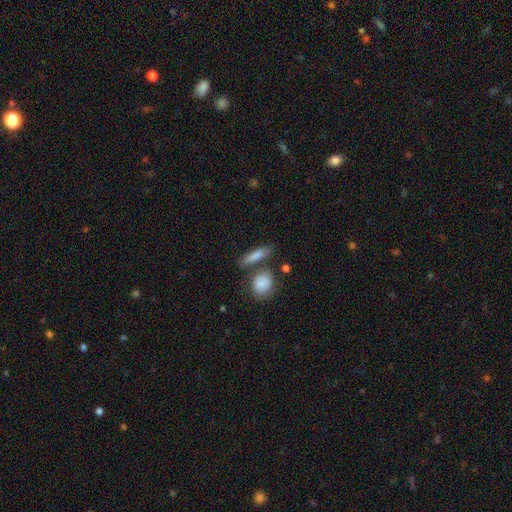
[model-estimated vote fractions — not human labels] A smooth galaxy with no disk features (80%) that is cigar-shaped (56%). Merging: none (65%).